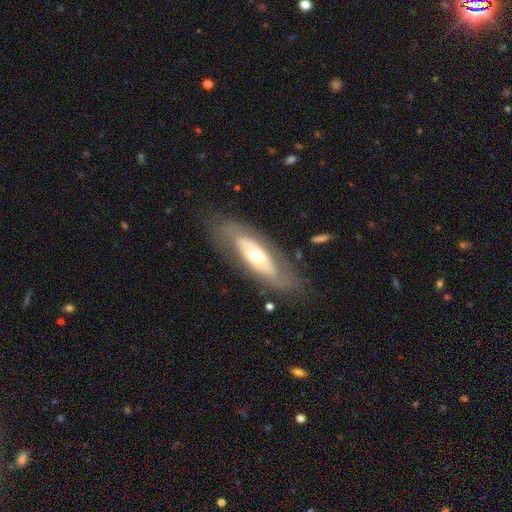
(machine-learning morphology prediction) smooth_or_featured: featured or disk (p=0.55) [alt: smooth p=0.39]
disk_edge_on: no (p=0.73) [alt: yes p=0.27]
merging: none (p=0.74) [alt: minor disturbance p=0.15]